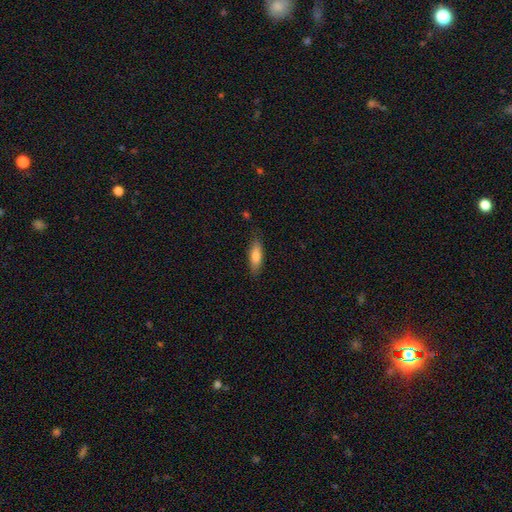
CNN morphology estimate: Overall: smooth (80%). How rounded: in between (53%; cigar-shaped 45%). Merging: none (83%).